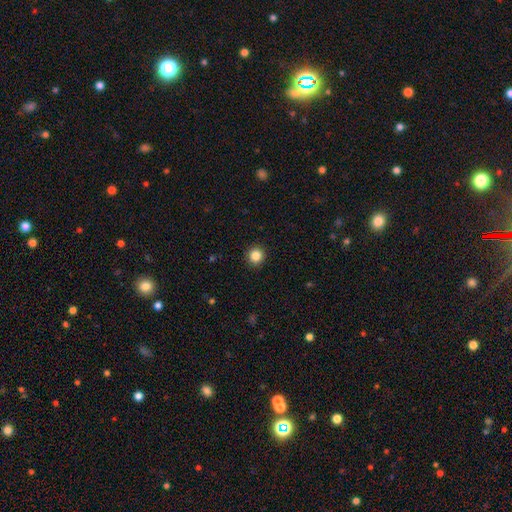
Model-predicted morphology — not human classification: This appears to be a smooth galaxy with no disk features (85%) that is round (94%). Merging: none (92%).